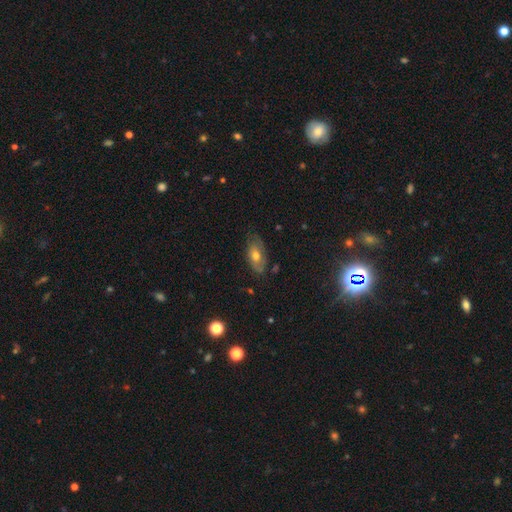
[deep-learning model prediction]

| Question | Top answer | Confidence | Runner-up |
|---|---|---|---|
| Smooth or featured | smooth | 54% | featured or disk (37%) |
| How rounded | in between | 89% | round (6%) |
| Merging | none | 67% | minor disturbance (25%) |